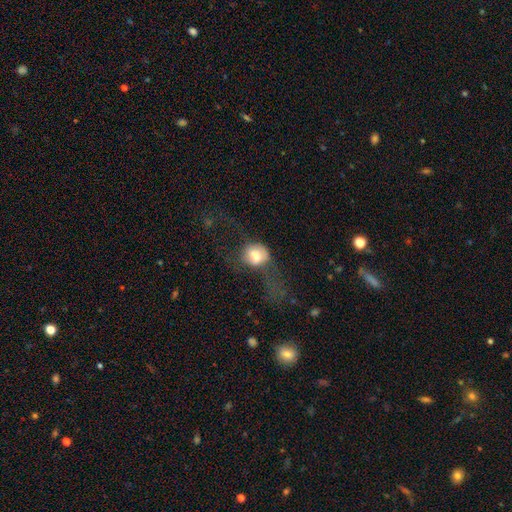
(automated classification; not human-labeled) Morphology: type=smooth (66%); roundness=round (58%); merging=major disturbance (48%).